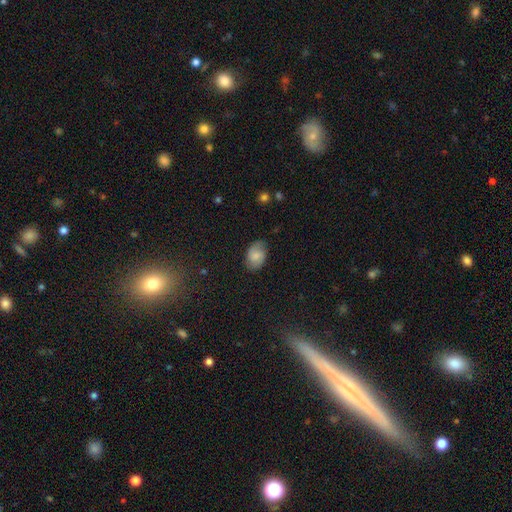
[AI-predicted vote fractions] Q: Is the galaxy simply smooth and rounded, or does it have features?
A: smooth — 70%.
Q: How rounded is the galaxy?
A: in between — 84%.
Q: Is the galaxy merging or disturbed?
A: none — 77%.